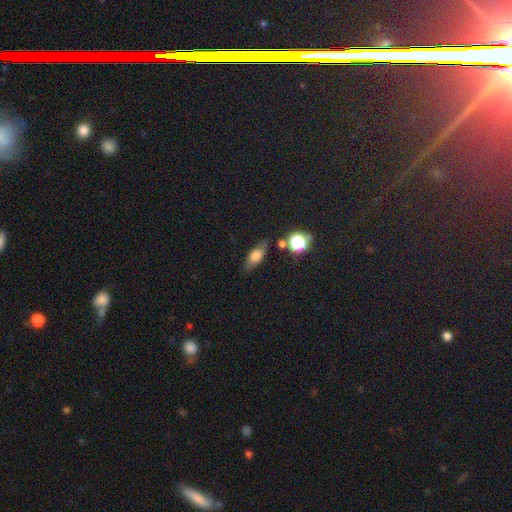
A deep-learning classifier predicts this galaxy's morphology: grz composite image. It shows a smooth galaxy with no disk features (64%) that is in between round and cigar-shaped (65%). Merging: none (75%).